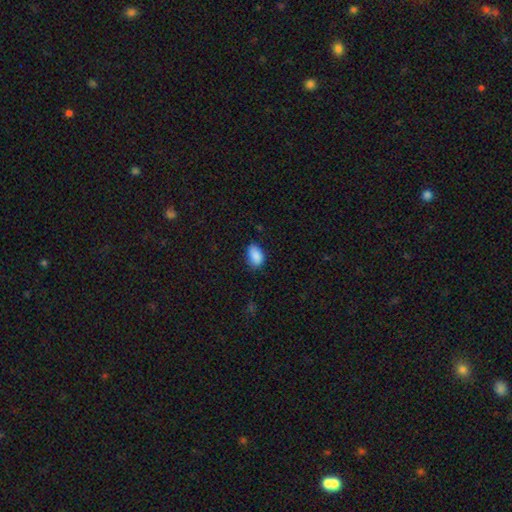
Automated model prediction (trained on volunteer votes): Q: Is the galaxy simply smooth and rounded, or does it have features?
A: smooth — 88%.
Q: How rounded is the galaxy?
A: in between — 88%.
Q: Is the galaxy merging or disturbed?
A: none — 70%.